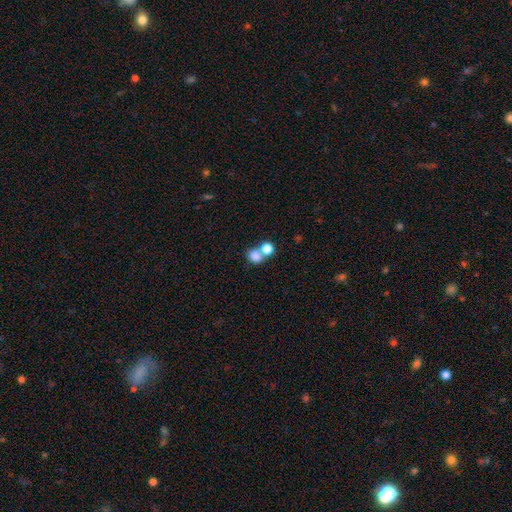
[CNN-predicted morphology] type=smooth (80%); roundness=round (61%); merging=merger (51%).